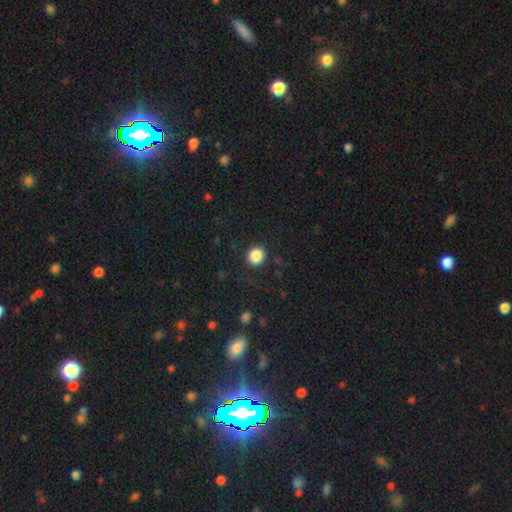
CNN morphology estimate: Smooth or featured? smooth (87%)
How rounded? round (86%)
Merging? none (88%)